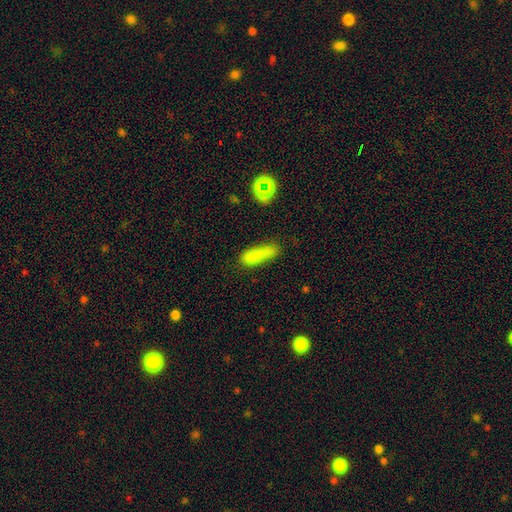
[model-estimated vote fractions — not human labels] smooth-or-featured: smooth: 79% | star or artifact: 12% | featured or disk: 9%
  how-rounded: cigar-shaped: 54% | in between: 43% | round: 3%
  merging: none: 54% | minor disturbance: 27% | major disturbance: 12% | merger: 7%